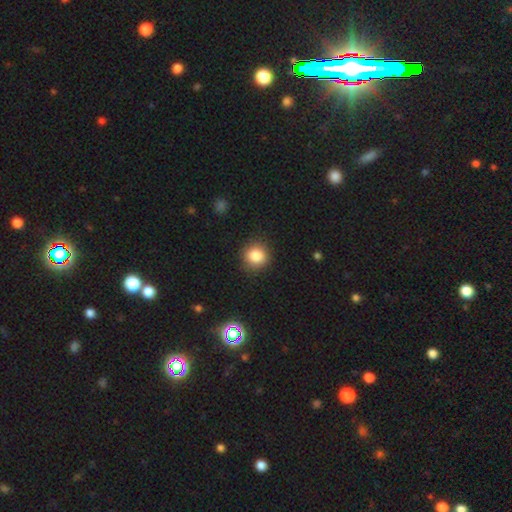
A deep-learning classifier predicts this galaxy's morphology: This is clearly a smooth galaxy (83%). How rounded: clearly round (89%). Merging: clearly none (89%).